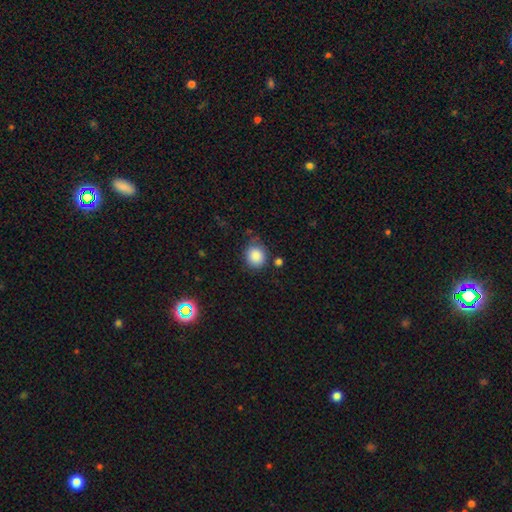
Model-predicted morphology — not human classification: This is clearly a smooth galaxy (87%). How rounded: likely round (80%). Merging: likely none (74%).